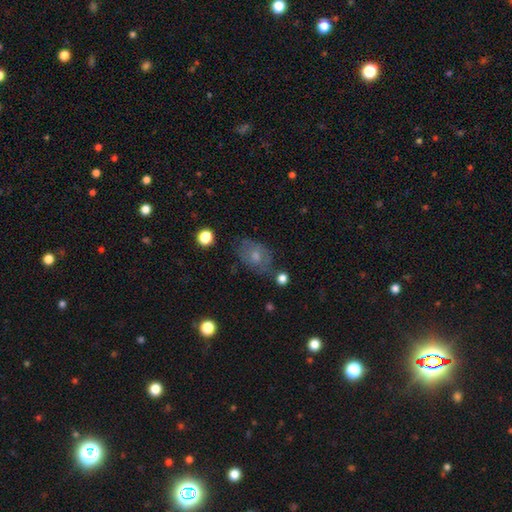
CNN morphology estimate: Smooth or featured? smooth (54%)
How rounded? in between (77%)
Merging? none (65%)